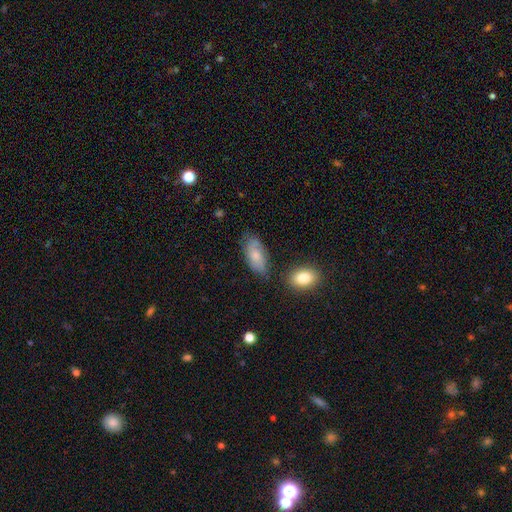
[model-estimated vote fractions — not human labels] Q: Smooth or featured?
A: smooth (62%); runner-up: featured or disk (30%)
Q: How rounded?
A: in between (91%); runner-up: cigar-shaped (6%)
Q: Merging?
A: none (66%); runner-up: minor disturbance (23%)